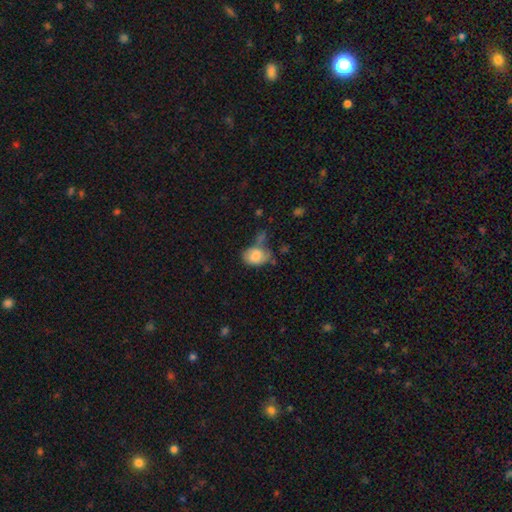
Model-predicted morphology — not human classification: Smooth or featured: smooth — 78% (featured or disk — 14%)
How rounded: in between — 76% (round — 23%)
Merging: none — 40% (minor disturbance — 28%)